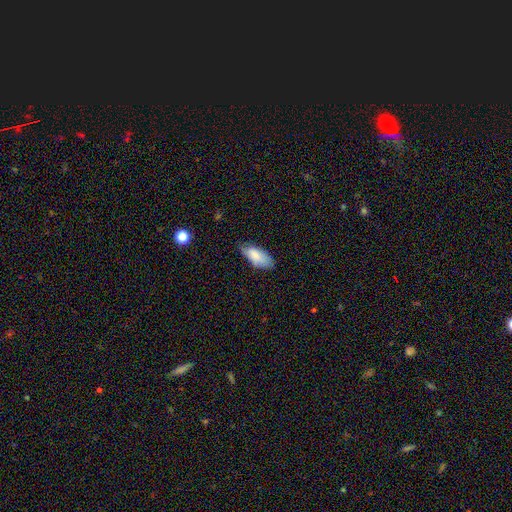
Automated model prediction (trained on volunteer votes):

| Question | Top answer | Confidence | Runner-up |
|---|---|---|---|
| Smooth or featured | smooth | 83% | featured or disk (10%) |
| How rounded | in between | 87% | cigar-shaped (12%) |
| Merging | none | 65% | minor disturbance (29%) |